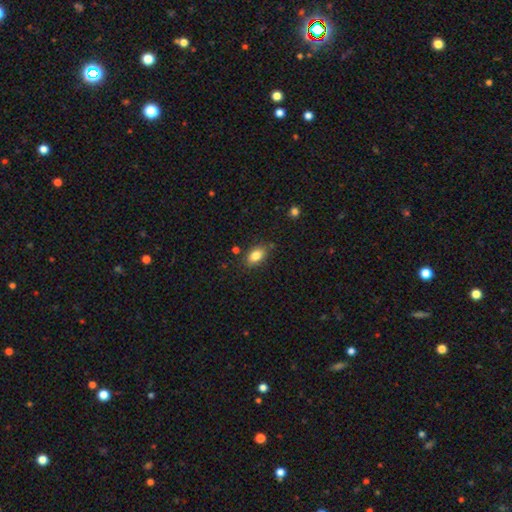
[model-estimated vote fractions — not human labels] smooth 83%, featured or disk 8%, star or artifact 8%. Down the decision tree: how rounded — in between (88%); merging — none (80%).